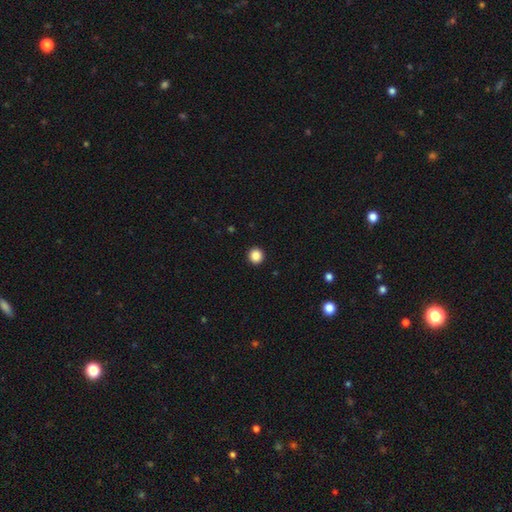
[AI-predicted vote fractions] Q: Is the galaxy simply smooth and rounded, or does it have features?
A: smooth — 87%.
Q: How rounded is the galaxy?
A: round — 94%.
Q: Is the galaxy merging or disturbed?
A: none — 94%.